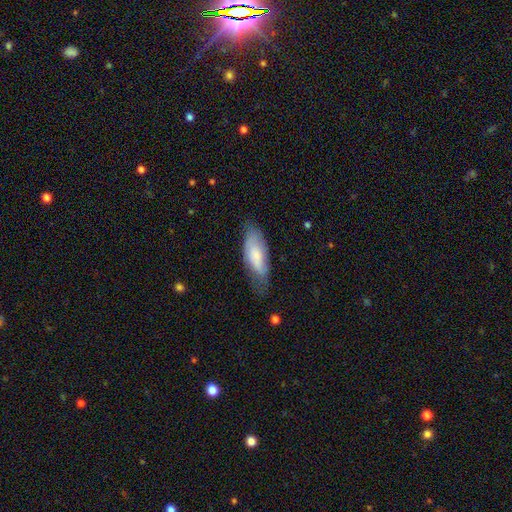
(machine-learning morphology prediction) The model was most divided on "merging": none: 57%, minor disturbance: 31%, major disturbance: 10%, merger: 2%. More confident: how rounded — in between (74%); smooth or featured — smooth (69%).